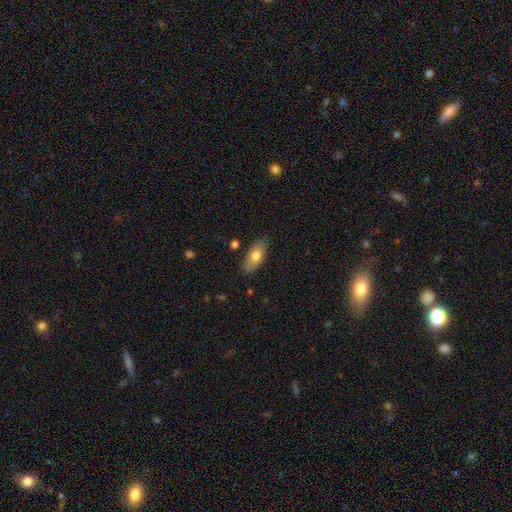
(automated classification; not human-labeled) smooth-or-featured: smooth: 73% | featured or disk: 21% | star or artifact: 6%
  how-rounded: in between: 86% | cigar-shaped: 10% | round: 3%
  merging: none: 82% | minor disturbance: 13% | major disturbance: 3% | merger: 2%